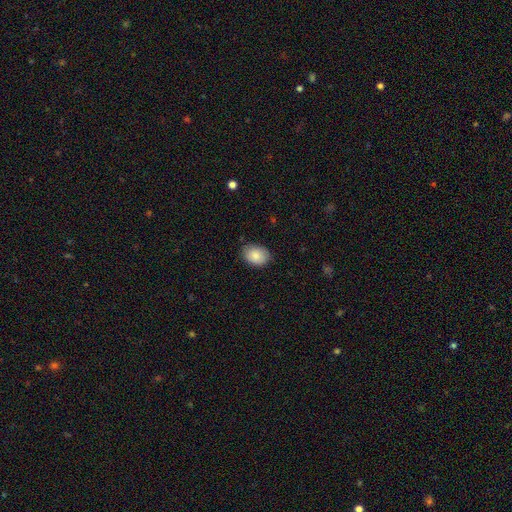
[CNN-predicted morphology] type=smooth (85%); roundness=in between (71%); merging=none (81%).